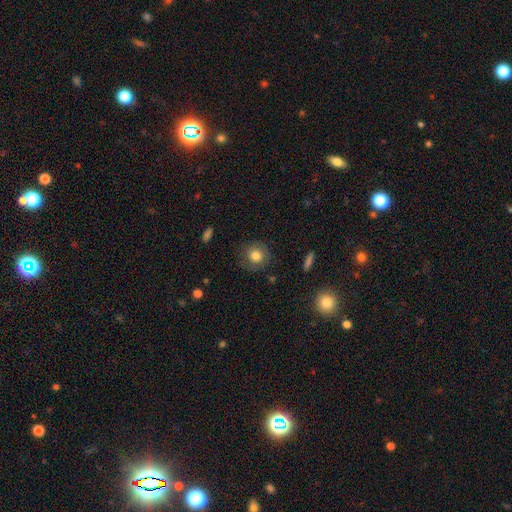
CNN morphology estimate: This appears to be a smooth galaxy with no disk features (76%) that is round (89%). Merging: none (82%).